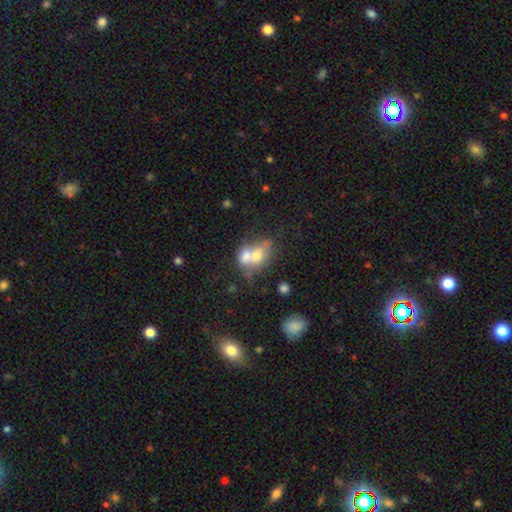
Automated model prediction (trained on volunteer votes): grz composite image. It shows a smooth galaxy with no disk features (61%) that is in between round and cigar-shaped (63%). Merging: merger (66%).